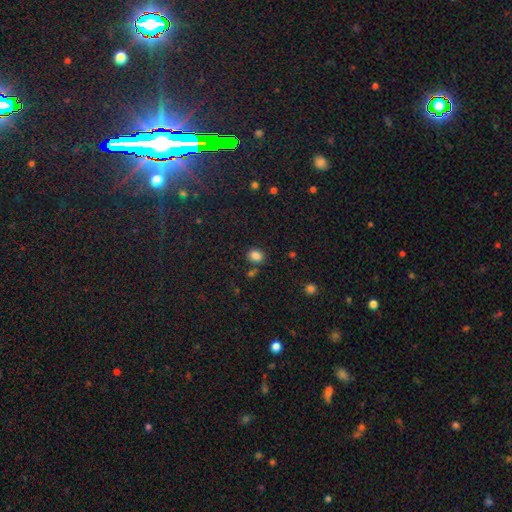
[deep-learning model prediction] The model was most divided on "how rounded": in between: 57%, round: 42%, cigar-shaped: 1%. More confident: smooth or featured — smooth (84%); merging — none (73%).